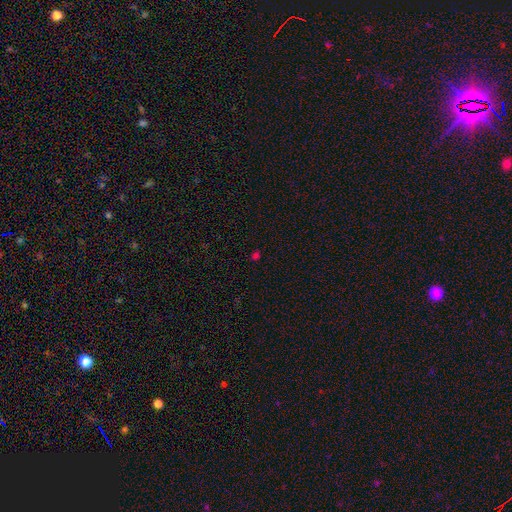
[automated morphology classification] Q: Smooth or featured?
A: smooth (49%); runner-up: star or artifact (46%)
Q: Merging?
A: none (79%); runner-up: minor disturbance (11%)